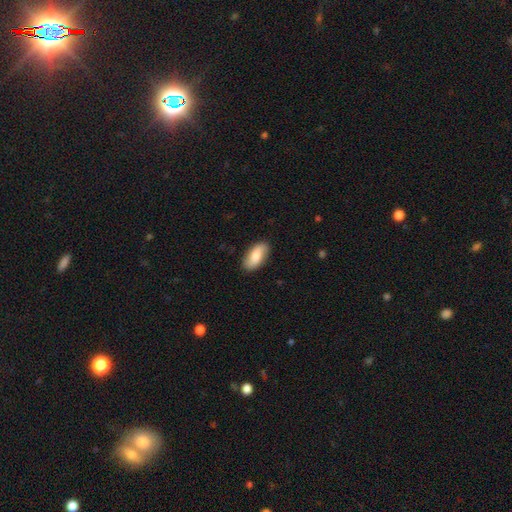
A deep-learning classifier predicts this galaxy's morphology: The model was most divided on "smooth or featured": smooth: 67%, featured or disk: 27%, star or artifact: 6%. More confident: how rounded — in between (90%); merging — none (85%).